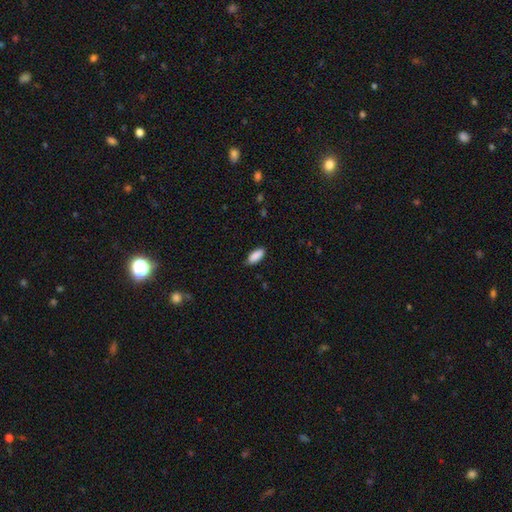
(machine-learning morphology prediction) smooth 90%, star or artifact 7%, featured or disk 4%. Down the decision tree: how rounded — in between (82%); merging — none (84%).